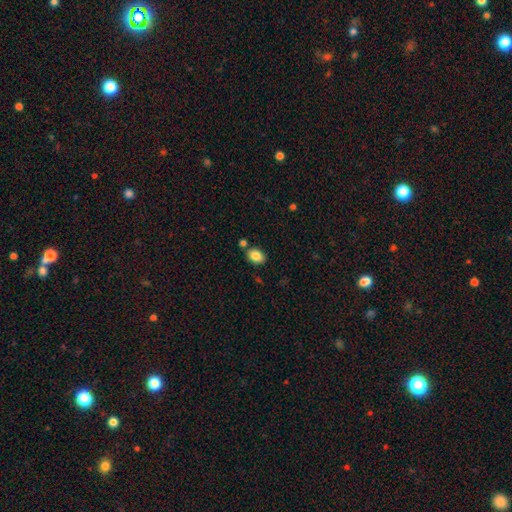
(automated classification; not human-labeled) A smooth galaxy with no disk features (85%) that is in between round and cigar-shaped (72%).

Vote fractions:
- Smooth or featured? smooth: 85% / star or artifact: 9% / featured or disk: 6%
- How rounded? in between: 72% / round: 27% / cigar-shaped: 1%
- Merging? none: 78% / minor disturbance: 11% / merger: 8% / major disturbance: 3%